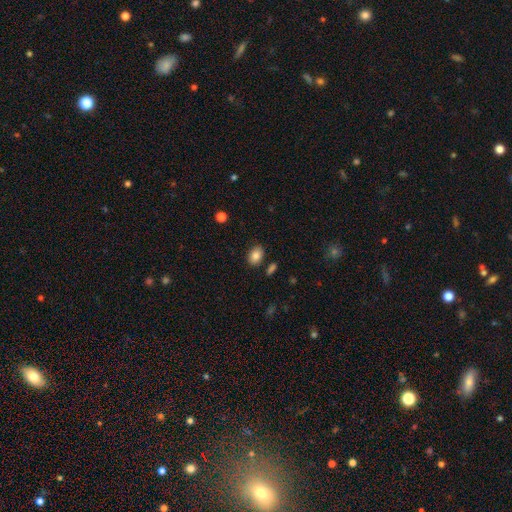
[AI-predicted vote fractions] The model was most divided on "how rounded": in between: 79%, round: 20%, cigar-shaped: 1%. More confident: smooth or featured — smooth (85%); merging — none (83%).